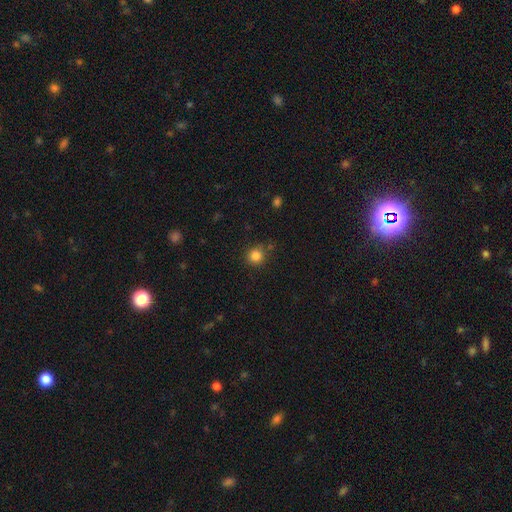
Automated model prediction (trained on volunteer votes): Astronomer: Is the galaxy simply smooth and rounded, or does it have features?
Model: smooth — 84%.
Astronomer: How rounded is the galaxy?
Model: round — 89%.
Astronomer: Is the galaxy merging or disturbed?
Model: none — 80%.